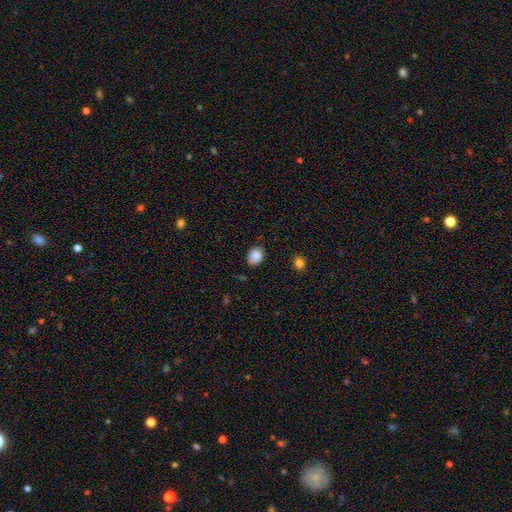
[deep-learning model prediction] Q: Smooth or featured?
A: smooth (86%); runner-up: star or artifact (9%)
Q: How rounded?
A: in between (51%); runner-up: round (48%)
Q: Merging?
A: none (72%); runner-up: minor disturbance (22%)